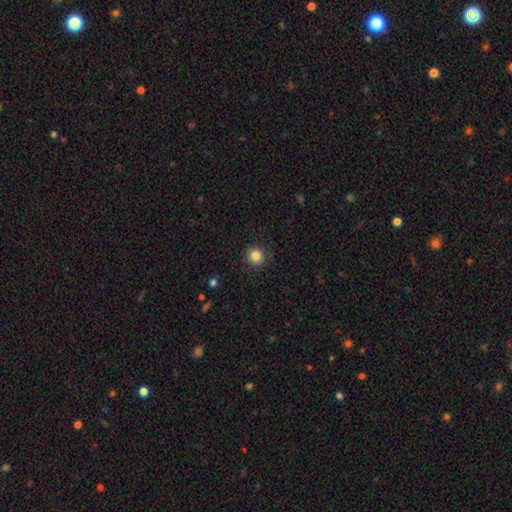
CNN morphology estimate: Smooth or featured? smooth (85%)
How rounded? round (93%)
Merging? none (90%)